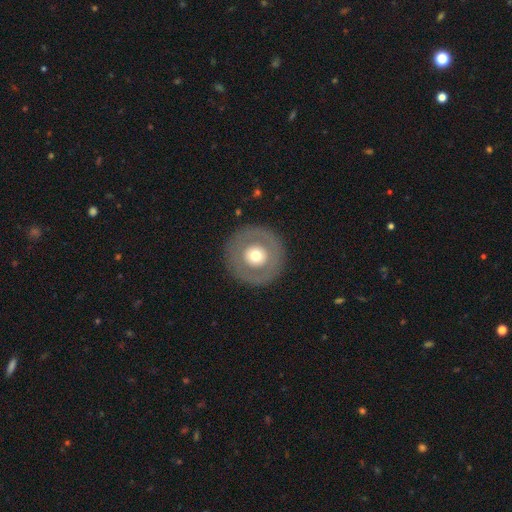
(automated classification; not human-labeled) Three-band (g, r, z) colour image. It shows a smooth galaxy with no disk features (50%) that is round (95%). Merging: none (87%).